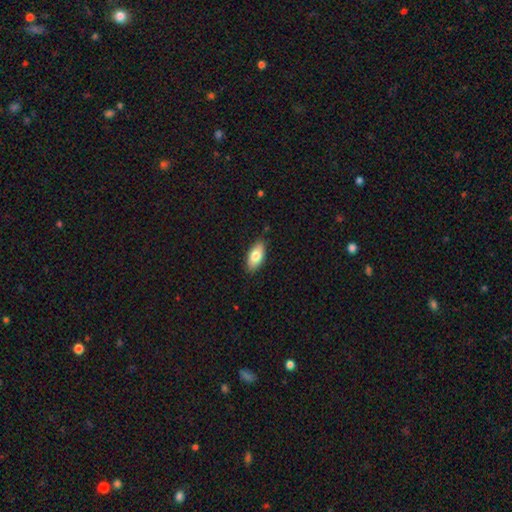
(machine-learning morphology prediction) Smooth or featured?
  - smooth: 78% *
  - featured or disk: 15%
  - star or artifact: 7%
How rounded?
  - in between: 90% *
  - cigar-shaped: 8%
  - round: 3%
Merging?
  - none: 85% *
  - minor disturbance: 12%
  - major disturbance: 2%
  - merger: 1%